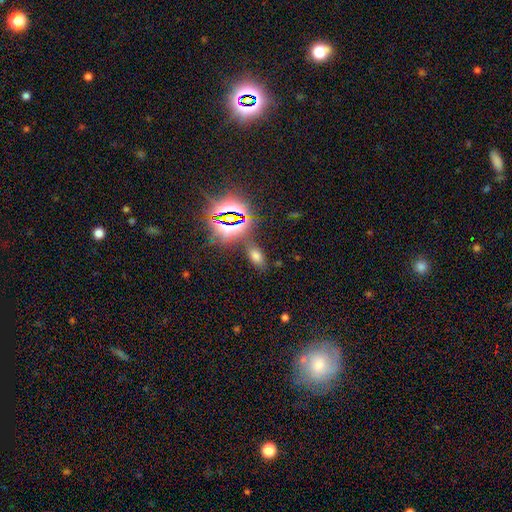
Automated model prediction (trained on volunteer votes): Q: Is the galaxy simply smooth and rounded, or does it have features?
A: smooth — 59%.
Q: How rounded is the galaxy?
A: in between — 88%.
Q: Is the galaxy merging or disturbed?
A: none — 76%.